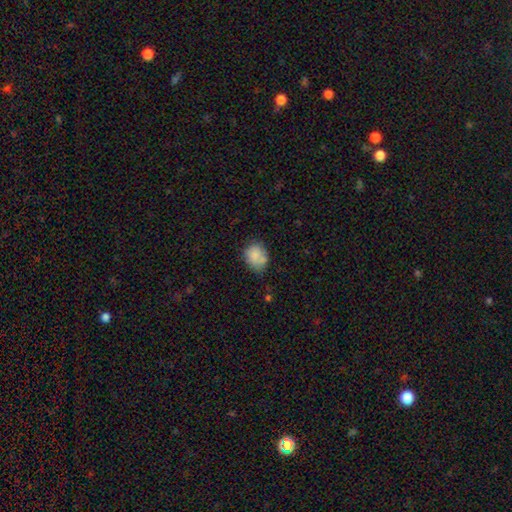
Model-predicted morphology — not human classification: smooth_or_featured: smooth (p=0.82) [alt: featured or disk p=0.10]
how_rounded: round (p=0.51) [alt: in between p=0.48]
merging: none (p=0.56) [alt: minor disturbance p=0.26]